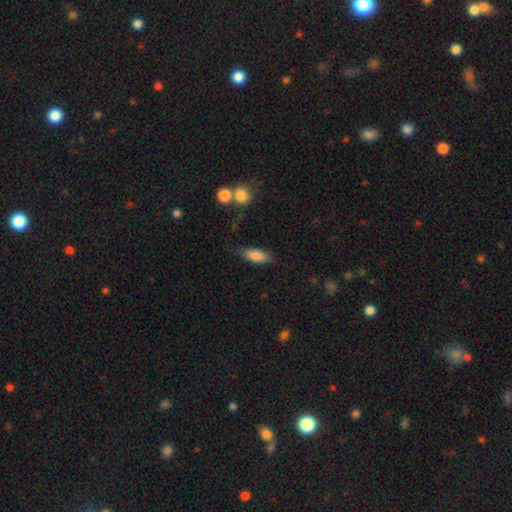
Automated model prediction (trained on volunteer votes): Smooth or featured? smooth (84%)
How rounded? in between (74%)
Merging? none (73%)